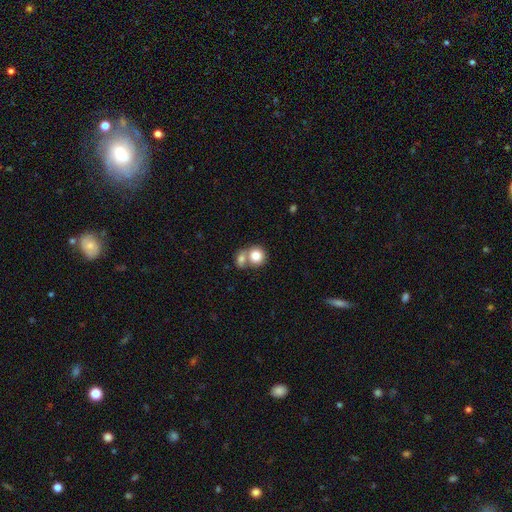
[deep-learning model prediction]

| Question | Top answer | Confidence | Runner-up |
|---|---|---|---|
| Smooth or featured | smooth | 80% | featured or disk (12%) |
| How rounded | round | 80% | in between (19%) |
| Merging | merger | 52% | none (37%) |